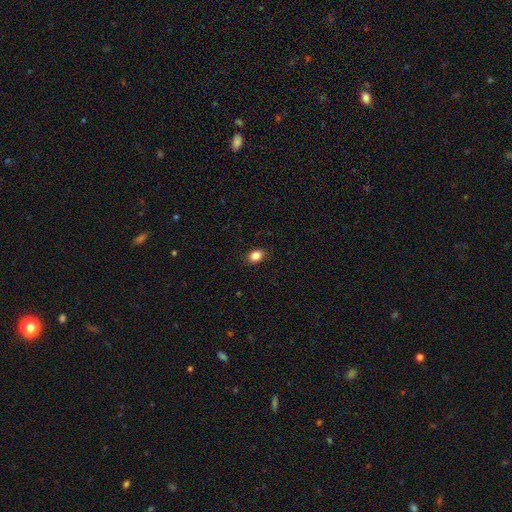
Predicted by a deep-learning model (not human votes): Overall: smooth (85%). How rounded: in between (69%; round 30%). Merging: none (89%).